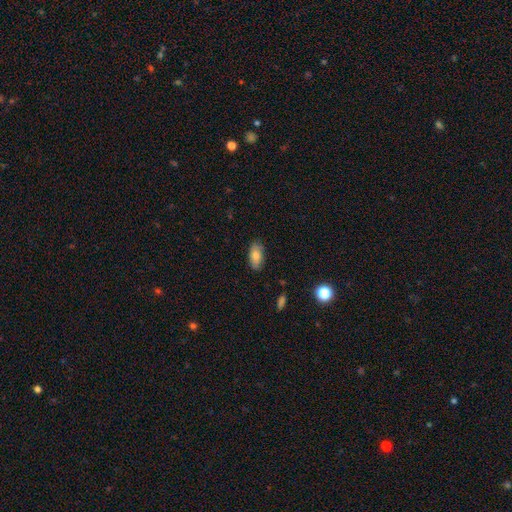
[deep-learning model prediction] smooth_or_featured: smooth (p=0.79) [alt: featured or disk p=0.14]
how_rounded: in between (p=0.91) [alt: cigar-shaped p=0.06]
merging: none (p=0.86) [alt: minor disturbance p=0.11]